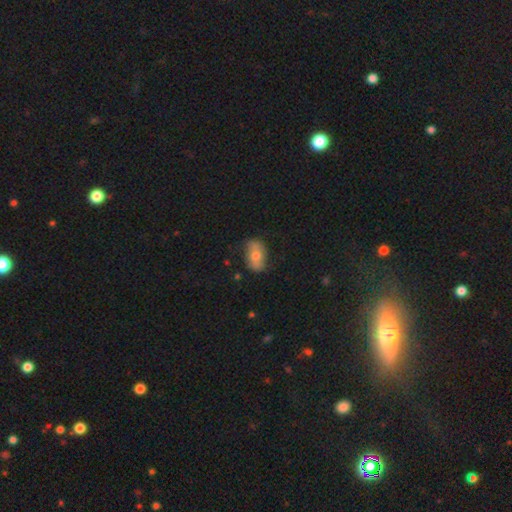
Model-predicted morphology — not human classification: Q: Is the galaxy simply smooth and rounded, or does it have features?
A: smooth — 60%.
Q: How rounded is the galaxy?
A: in between — 87%.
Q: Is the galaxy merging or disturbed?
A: none — 74%.